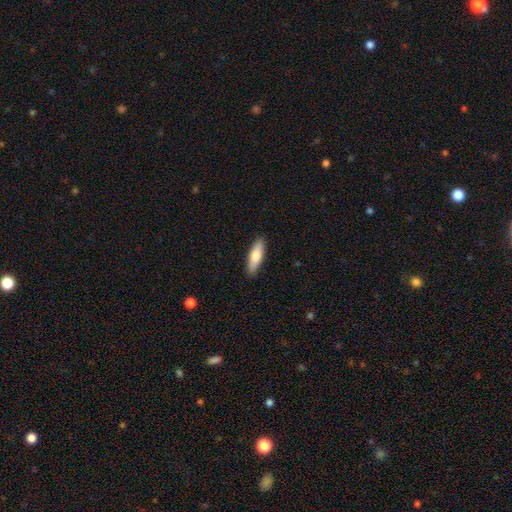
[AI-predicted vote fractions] Morphology: type=smooth (75%); roundness=cigar-shaped (55%); merging=none (90%).